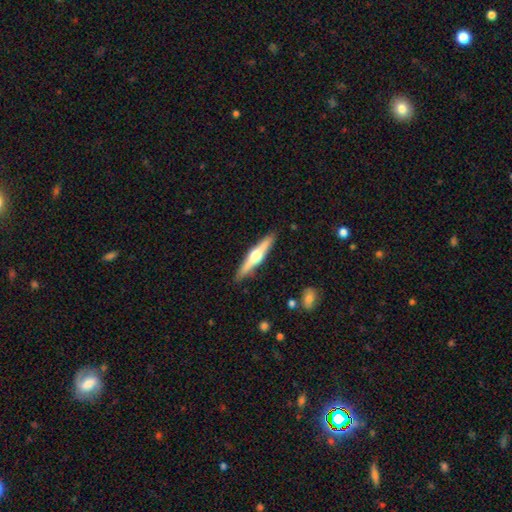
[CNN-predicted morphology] A featured or disk galaxy (69%) viewed edge-on (97%) with a rounded central bulge (95%).

Vote fractions:
- Smooth or featured? featured or disk: 69% / smooth: 26% / star or artifact: 5%
- Edge-on disk? yes: 97% / no: 3%
- Edge-on bulge? rounded: 95% / boxy: 3% / none: 2%
- Merging? none: 89% / minor disturbance: 8% / major disturbance: 2% / merger: 1%